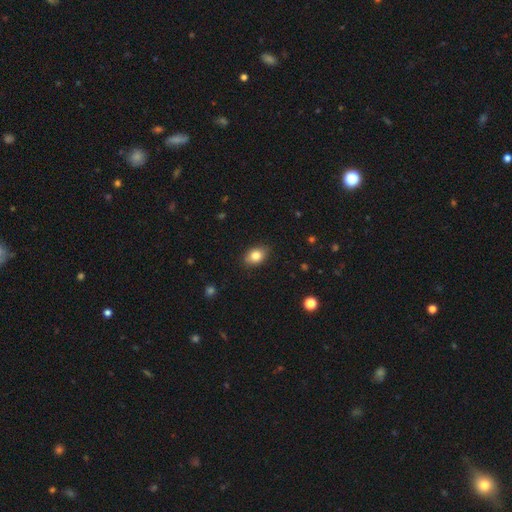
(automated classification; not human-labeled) Smooth or featured?
  - smooth: 83% *
  - star or artifact: 8%
  - featured or disk: 8%
How rounded?
  - in between: 76% *
  - round: 22%
  - cigar-shaped: 1%
Merging?
  - none: 85% *
  - minor disturbance: 11%
  - major disturbance: 2%
  - merger: 1%